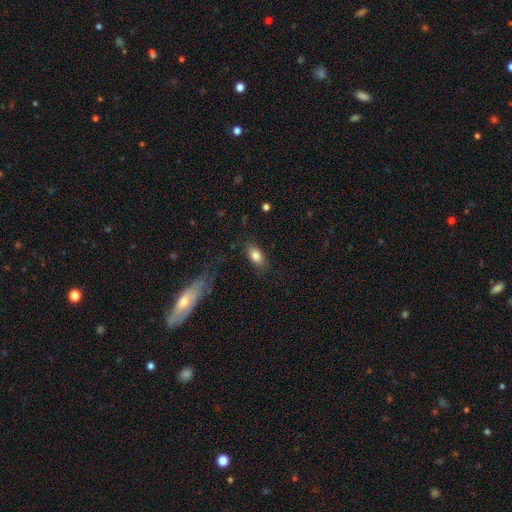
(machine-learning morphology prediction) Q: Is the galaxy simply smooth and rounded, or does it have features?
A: smooth — 82%.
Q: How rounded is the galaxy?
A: in between — 88%.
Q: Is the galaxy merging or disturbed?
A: none — 79%.